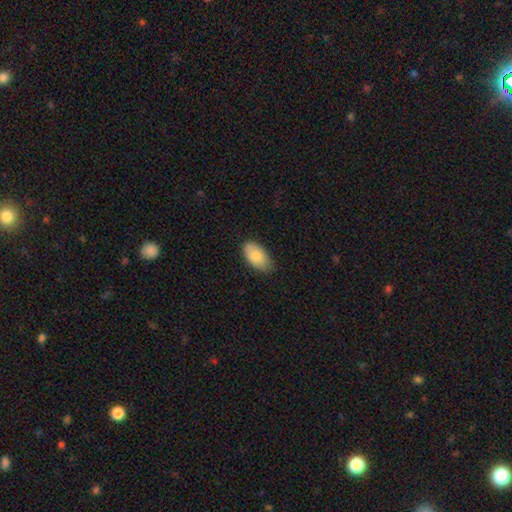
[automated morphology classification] Smooth or featured: smooth — 81% (featured or disk — 12%)
How rounded: in between — 94% (round — 4%)
Merging: none — 71% (minor disturbance — 24%)